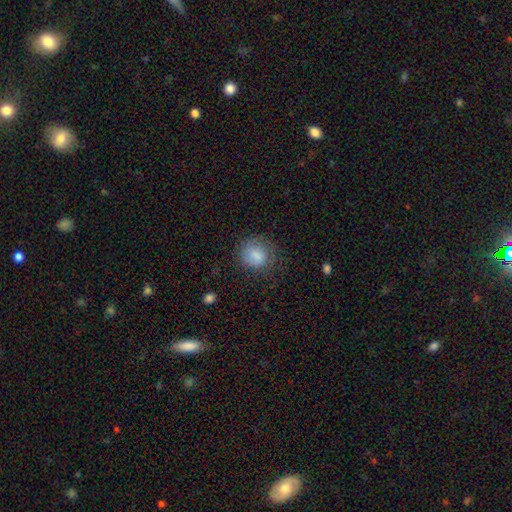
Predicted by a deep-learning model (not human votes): A smooth galaxy with no disk features (82%) that is round (76%). Merging: none (65%).